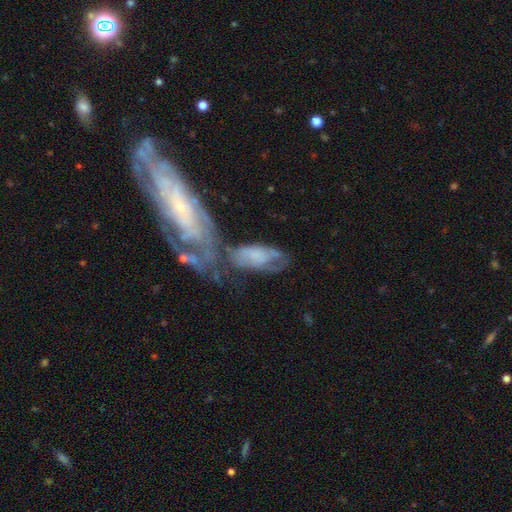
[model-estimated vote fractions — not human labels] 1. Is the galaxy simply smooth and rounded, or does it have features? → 52% featured or disk, 40% smooth, 8% star or artifact.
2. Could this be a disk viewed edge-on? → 89% no, 11% yes.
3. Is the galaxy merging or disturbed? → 32% merger (tied), 32% none (tied), 20% minor disturbance, 16% major disturbance.